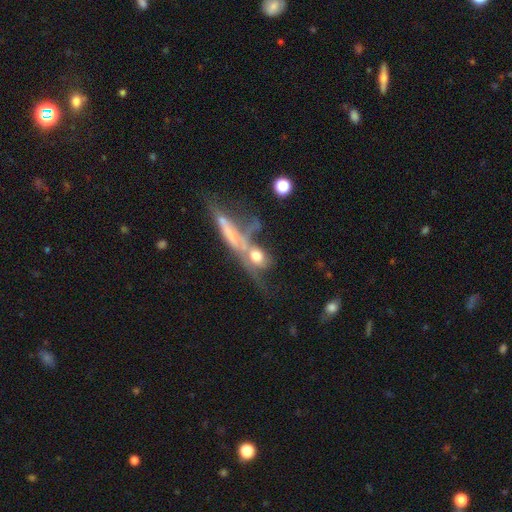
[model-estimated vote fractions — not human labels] smooth-or-featured: smooth: 45% | featured or disk: 43% | star or artifact: 12%
  merging: merger: 53% | none: 19% | major disturbance: 17% | minor disturbance: 11%